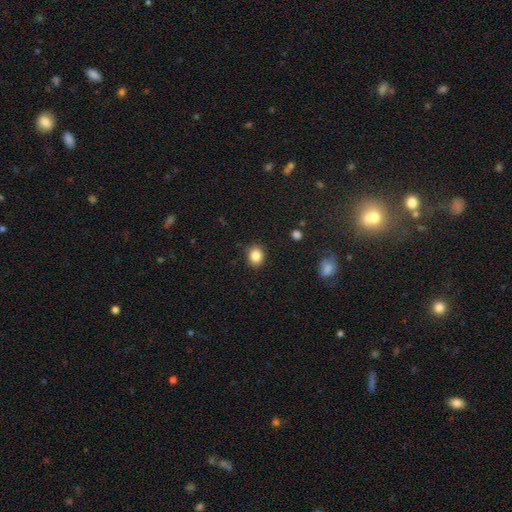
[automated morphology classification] This appears to be a smooth galaxy with no disk features (85%) that is round (64%). Merging: none (87%).